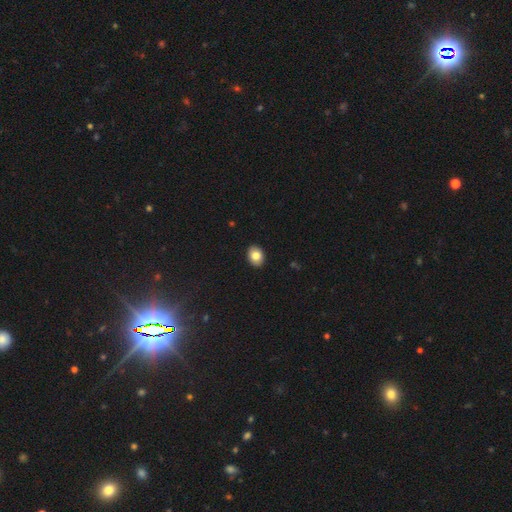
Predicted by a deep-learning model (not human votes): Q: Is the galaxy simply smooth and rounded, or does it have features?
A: smooth — 83%.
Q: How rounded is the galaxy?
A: in between — 69%.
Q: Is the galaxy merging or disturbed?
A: none — 91%.